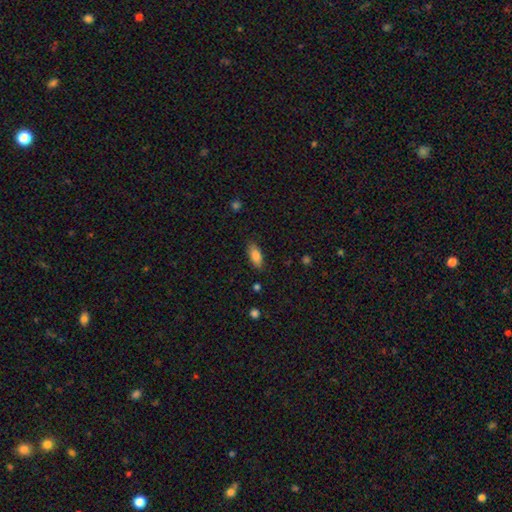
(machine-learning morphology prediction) smooth_or_featured: smooth (p=0.85) [alt: featured or disk p=0.08]
how_rounded: in between (p=0.83) [alt: cigar-shaped p=0.14]
merging: none (p=0.83) [alt: minor disturbance p=0.13]